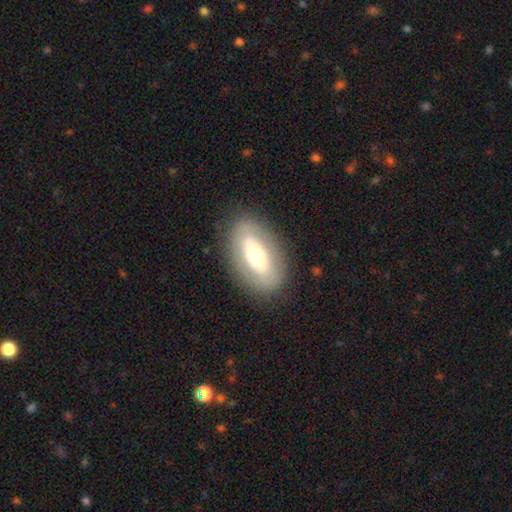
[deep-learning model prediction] featured or disk 47%, smooth 46%, star or artifact 7%. Down the decision tree: merging — none (83%).